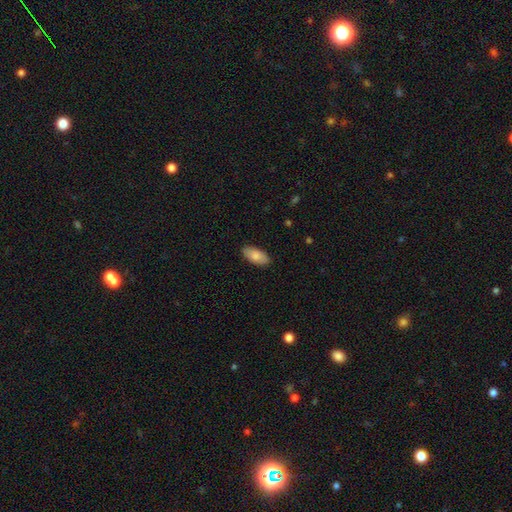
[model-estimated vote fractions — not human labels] smooth_or_featured: smooth (p=0.83) [alt: featured or disk p=0.11]
how_rounded: in between (p=0.92) [alt: cigar-shaped p=0.06]
merging: none (p=0.88) [alt: minor disturbance p=0.09]